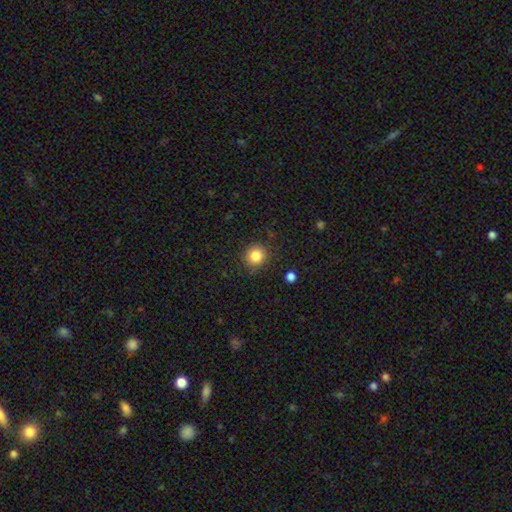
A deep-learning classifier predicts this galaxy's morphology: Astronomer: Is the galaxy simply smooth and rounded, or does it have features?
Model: smooth — 84%.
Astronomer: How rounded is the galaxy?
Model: round — 88%.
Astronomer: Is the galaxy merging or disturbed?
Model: none — 86%.